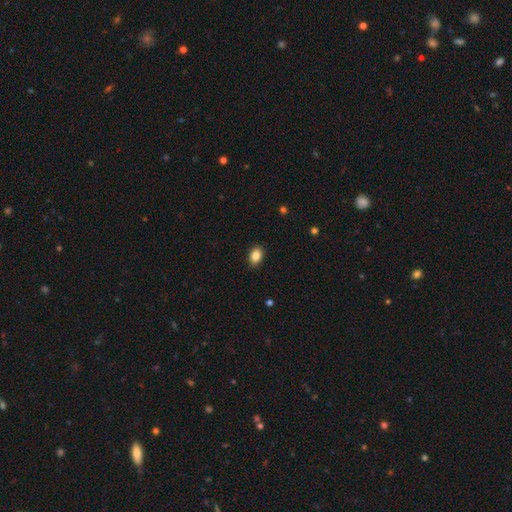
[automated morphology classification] Overall: smooth (86%). How rounded: in between (79%). Merging: none (89%).